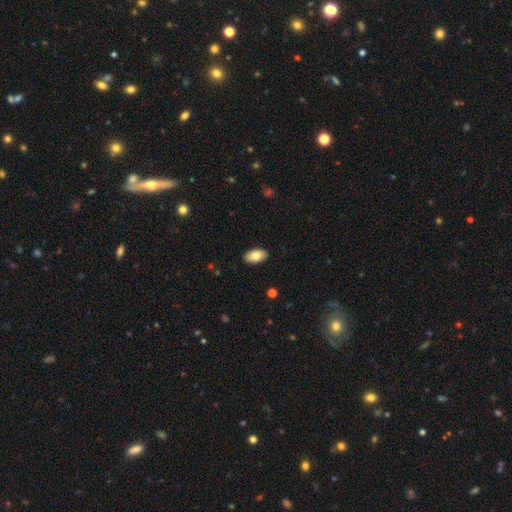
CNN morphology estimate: type=smooth (83%); roundness=in between (95%); merging=none (89%).